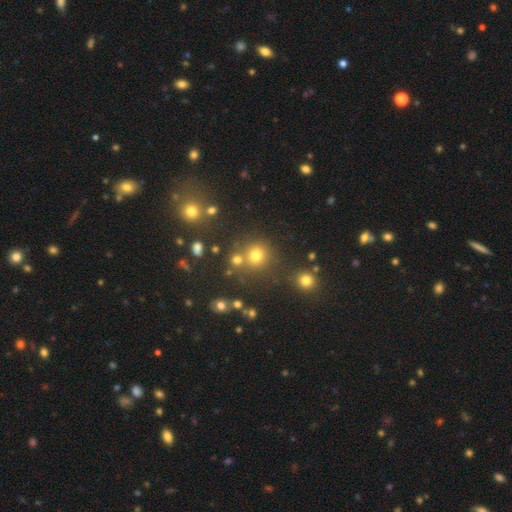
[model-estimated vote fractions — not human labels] smooth 72%, star or artifact 21%, featured or disk 7%. Down the decision tree: how rounded — round (90%); merging — none (72%).